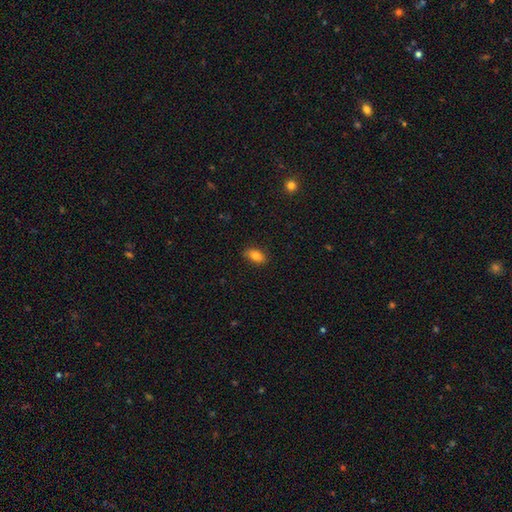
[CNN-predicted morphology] Smooth or featured: smooth — 82% (featured or disk — 9%)
How rounded: in between — 90% (round — 6%)
Merging: none — 85% (minor disturbance — 11%)